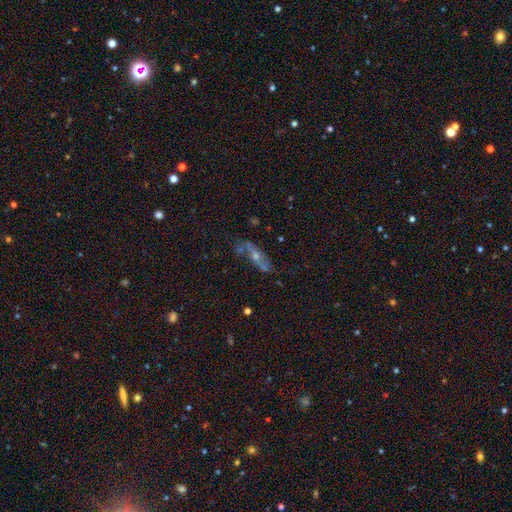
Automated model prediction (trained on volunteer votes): smooth-or-featured: featured or disk: 59% | smooth: 29% | star or artifact: 13%
  disk-edge-on: no: 52% | yes: 48%
  merging: none: 62% | minor disturbance: 20% | major disturbance: 10% | merger: 8%